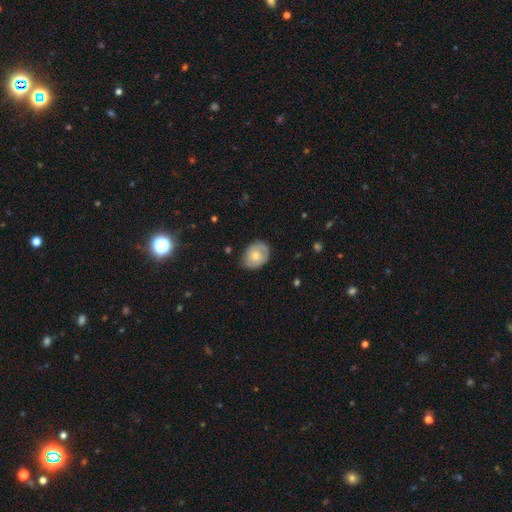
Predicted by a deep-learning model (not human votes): Smooth or featured? Predicted: featured or disk (p=0.49). Merging? Predicted: none (p=0.74).